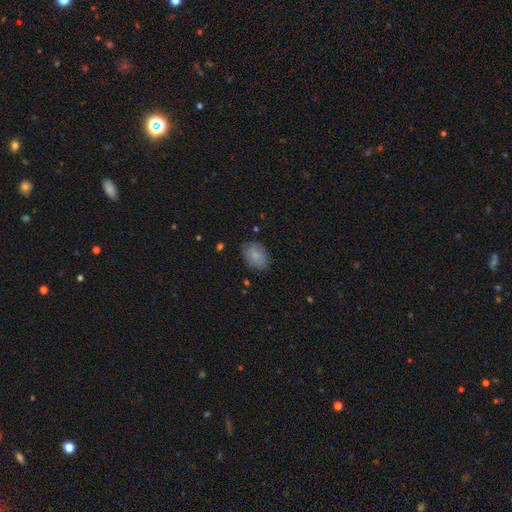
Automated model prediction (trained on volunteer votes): A smooth galaxy with no disk features (85%) that is in between round and cigar-shaped (74%).

Vote fractions:
- Smooth or featured? smooth: 85% / star or artifact: 8% / featured or disk: 7%
- How rounded? in between: 74% / round: 25% / cigar-shaped: 1%
- Merging? none: 81% / minor disturbance: 14% / major disturbance: 3% / merger: 1%